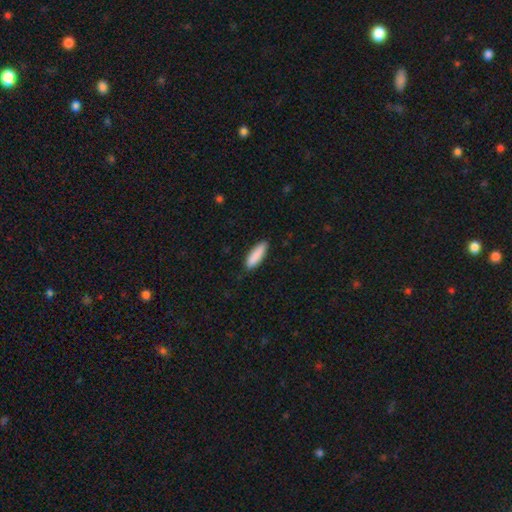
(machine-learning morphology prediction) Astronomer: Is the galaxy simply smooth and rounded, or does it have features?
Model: smooth — 89%.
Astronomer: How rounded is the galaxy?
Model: cigar-shaped — 54% (runner-up: in between, 44%).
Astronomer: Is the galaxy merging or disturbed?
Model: none — 87%.